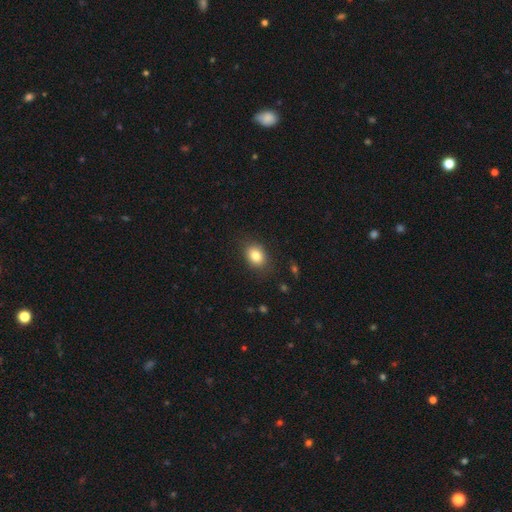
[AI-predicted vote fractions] The model was most divided on "how rounded": in between: 68%, round: 31%, cigar-shaped: 1%. More confident: smooth or featured — smooth (83%); merging — none (83%).